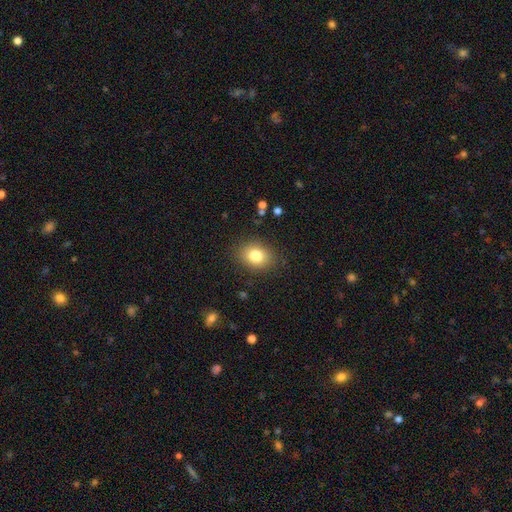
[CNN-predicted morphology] Q: Smooth or featured?
A: smooth (81%); runner-up: star or artifact (10%)
Q: How rounded?
A: in between (54%); runner-up: round (45%)
Q: Merging?
A: none (87%); runner-up: minor disturbance (9%)